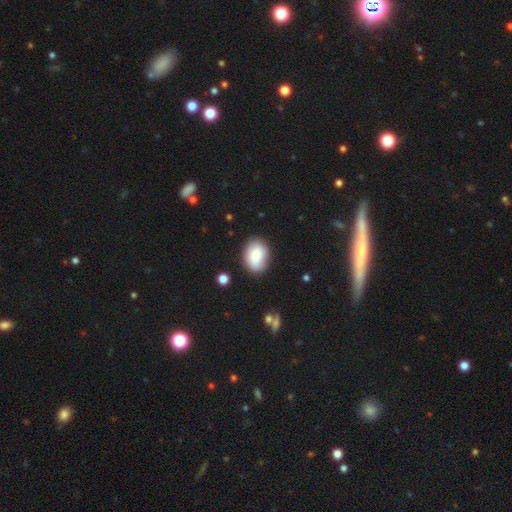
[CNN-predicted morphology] Q: Smooth or featured?
A: smooth (86%); runner-up: star or artifact (7%)
Q: How rounded?
A: in between (81%); runner-up: round (18%)
Q: Merging?
A: none (81%); runner-up: minor disturbance (14%)